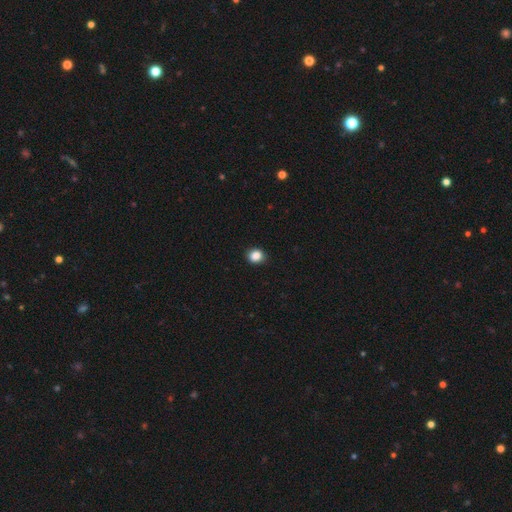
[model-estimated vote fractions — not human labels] Smooth or featured: smooth — 87% (star or artifact — 10%)
How rounded: round — 72% (in between — 27%)
Merging: none — 90% (minor disturbance — 7%)